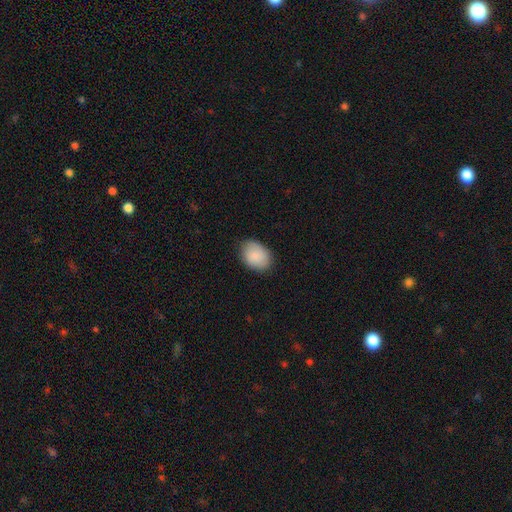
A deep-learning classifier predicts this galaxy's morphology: type=smooth (88%); roundness=in between (74%); merging=none (82%).